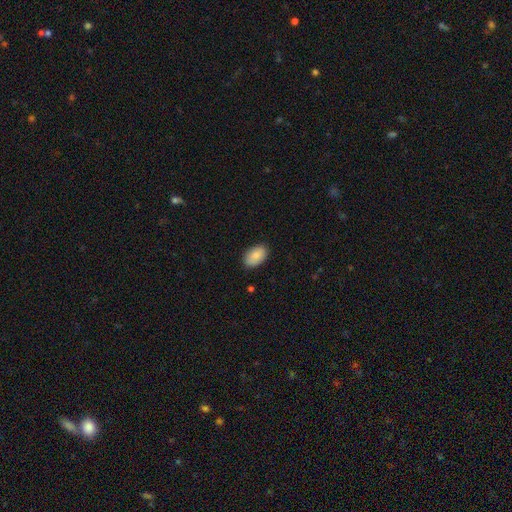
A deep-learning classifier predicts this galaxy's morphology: A smooth galaxy with no disk features (88%) that is in between round and cigar-shaped (93%).

Vote fractions:
- Smooth or featured? smooth: 88% / star or artifact: 6% / featured or disk: 6%
- How rounded? in between: 93% / round: 5% / cigar-shaped: 1%
- Merging? none: 87% / minor disturbance: 10% / major disturbance: 2% / merger: 1%